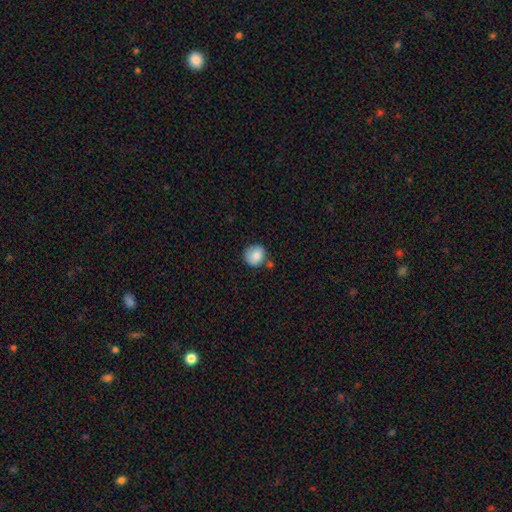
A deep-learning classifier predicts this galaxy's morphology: smooth 84%, star or artifact 8%, featured or disk 8%. Down the decision tree: how rounded — round (86%); merging — none (68%).